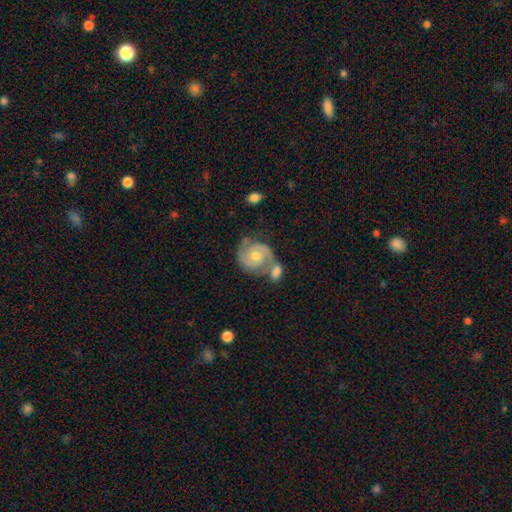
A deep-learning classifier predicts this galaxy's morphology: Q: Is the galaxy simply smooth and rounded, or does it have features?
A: featured or disk — 85%.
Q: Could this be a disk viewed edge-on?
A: no — 98%.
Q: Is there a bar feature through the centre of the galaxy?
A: no — 69%.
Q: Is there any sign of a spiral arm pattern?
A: yes — 96%.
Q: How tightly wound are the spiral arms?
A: tight — 49%.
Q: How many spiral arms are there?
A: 2 — 86%.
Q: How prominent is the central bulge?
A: moderate — 61%.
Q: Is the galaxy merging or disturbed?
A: none — 47%.